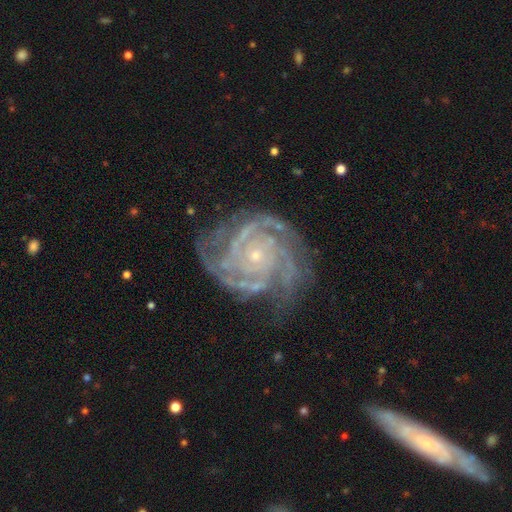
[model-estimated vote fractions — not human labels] The model was most divided on "spiral arm count" (2-way tie): 4: 27%, 3: 27%, 2: 16%, can't tell: 13%, more than 4: 10%, 1: 7%. More confident: spiral arms — yes (98%); edge-on disk — no (98%); smooth or featured — featured or disk (92%); bulge size — small (85%); bar — no (79%); spiral winding — tight (73%); merging — none (71%).